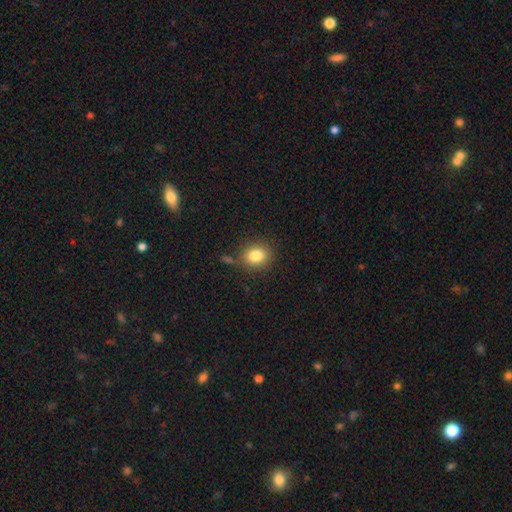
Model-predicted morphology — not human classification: Smooth or featured: smooth — 83% (star or artifact — 10%)
How rounded: round — 64% (in between — 35%)
Merging: none — 78% (minor disturbance — 13%)